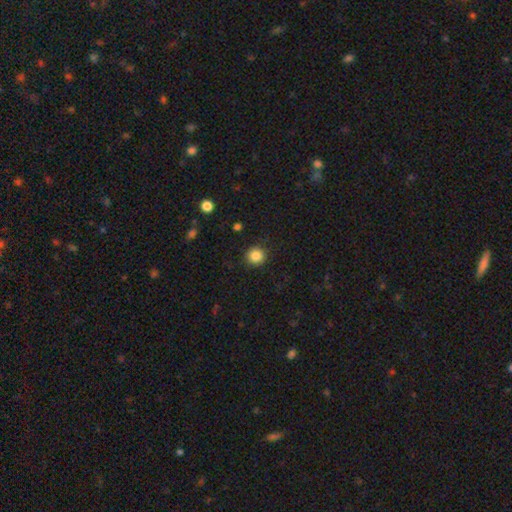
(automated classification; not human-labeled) smooth_or_featured: smooth (p=0.85) [alt: star or artifact p=0.10]
how_rounded: round (p=0.93) [alt: in between p=0.06]
merging: none (p=0.91) [alt: minor disturbance p=0.06]